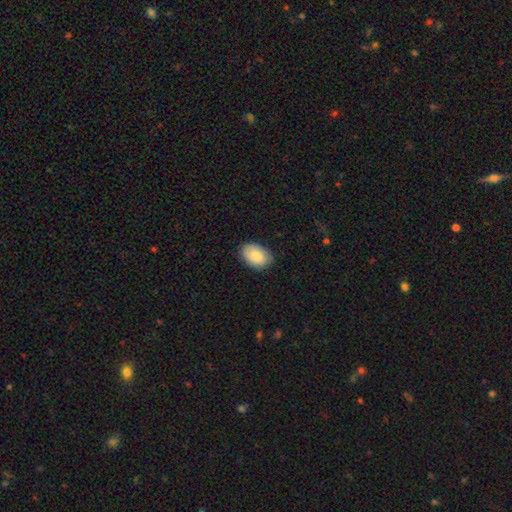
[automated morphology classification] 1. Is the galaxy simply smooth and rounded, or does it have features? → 84% smooth, 10% featured or disk, 6% star or artifact.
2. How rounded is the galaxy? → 85% in between, 14% round, 1% cigar-shaped.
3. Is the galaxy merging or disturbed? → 82% none, 15% minor disturbance, 2% major disturbance, 1% merger.